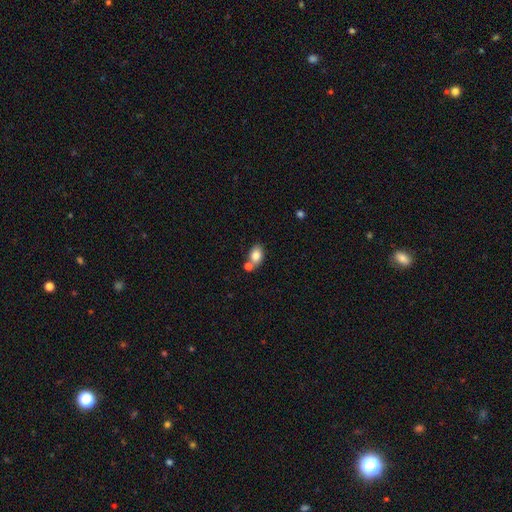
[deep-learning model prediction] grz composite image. It shows a smooth galaxy with no disk features (81%) that is in between round and cigar-shaped (75%). Merging: none (51%).